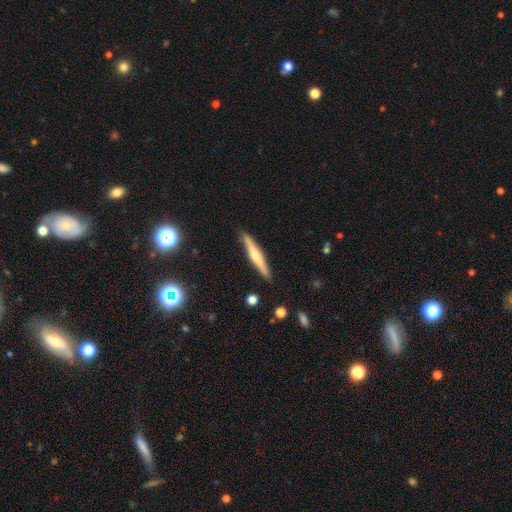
Q: Smooth or featured?
A: featured or disk (54%); runner-up: smooth (38%)
Q: Edge-on disk?
A: yes (90%); runner-up: no (10%)
Q: Edge-on bulge?
A: none (42%); tied with: rounded (42%)
Q: Merging?
A: none (89%); runner-up: minor disturbance (6%)